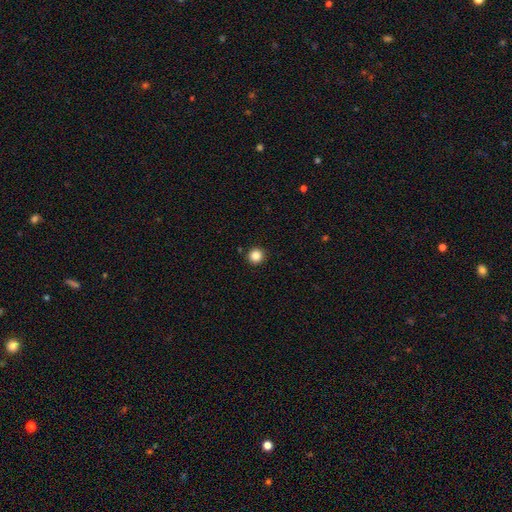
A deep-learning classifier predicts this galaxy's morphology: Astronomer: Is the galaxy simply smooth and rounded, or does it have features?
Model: smooth — 86%.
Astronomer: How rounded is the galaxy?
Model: round — 95%.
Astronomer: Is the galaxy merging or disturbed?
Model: none — 93%.